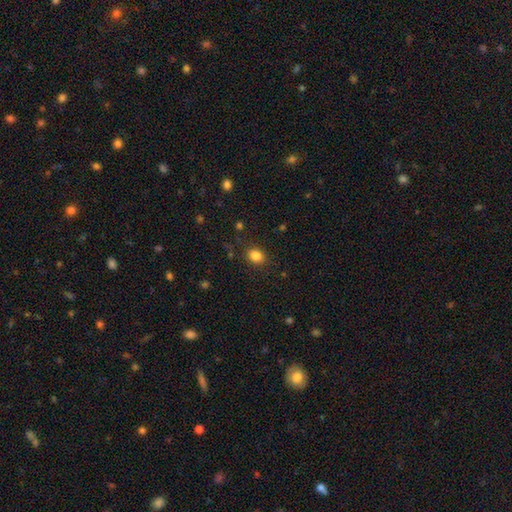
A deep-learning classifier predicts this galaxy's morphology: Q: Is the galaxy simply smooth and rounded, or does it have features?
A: smooth — 85%.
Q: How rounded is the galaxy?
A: in between — 51%.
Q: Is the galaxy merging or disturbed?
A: none — 86%.